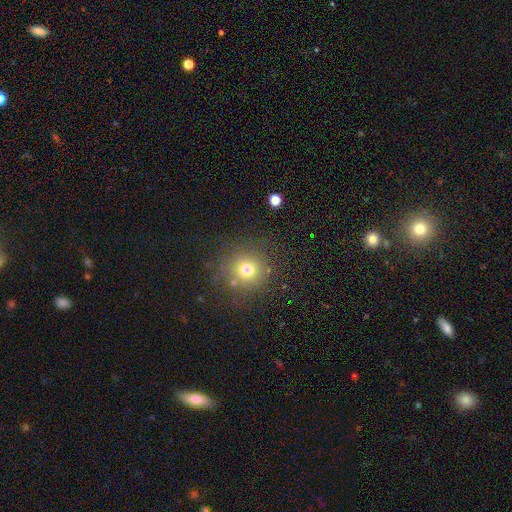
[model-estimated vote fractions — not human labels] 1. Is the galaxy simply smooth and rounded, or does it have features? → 59% smooth, 32% star or artifact, 9% featured or disk.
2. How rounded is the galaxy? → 93% round, 6% in between, 1% cigar-shaped.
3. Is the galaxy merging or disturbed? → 87% none, 7% minor disturbance, 3% merger, 3% major disturbance.